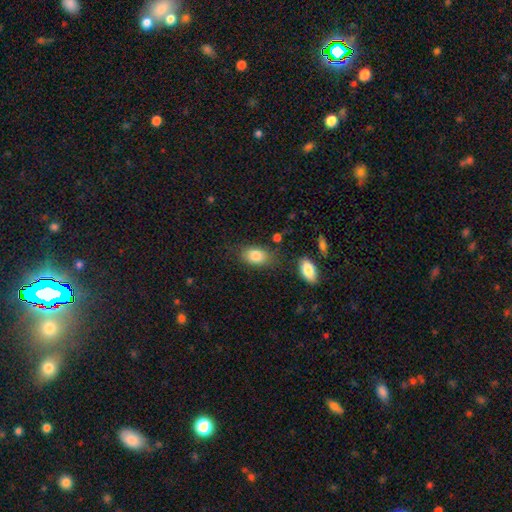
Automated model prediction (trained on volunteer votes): Overall: smooth (83%). How rounded: in between (86%). Merging: none (75%).